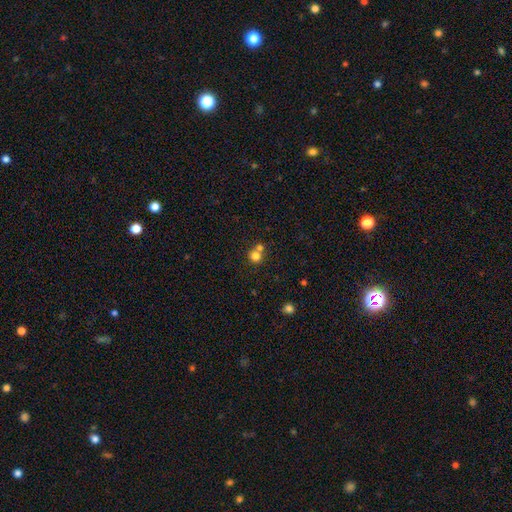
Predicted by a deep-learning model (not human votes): A smooth galaxy with no disk features (77%) that is round (87%).

Vote fractions:
- Smooth or featured? smooth: 77% / star or artifact: 13% / featured or disk: 9%
- How rounded? round: 87% / in between: 12% / cigar-shaped: 1%
- Merging? none: 48% / merger: 43% / minor disturbance: 6% / major disturbance: 3%